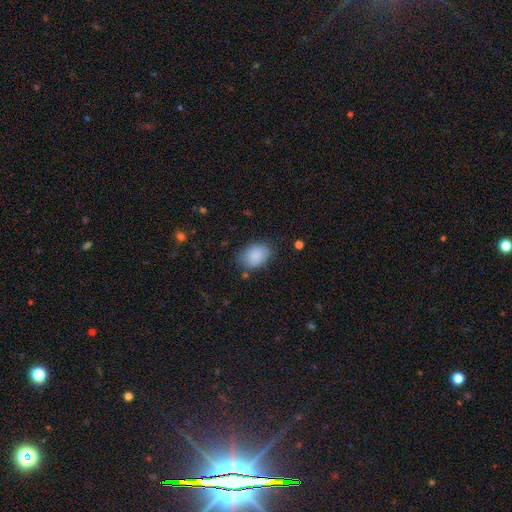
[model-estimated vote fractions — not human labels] smooth 88%, star or artifact 7%, featured or disk 5%. Down the decision tree: how rounded — in between (78%); merging — none (73%).